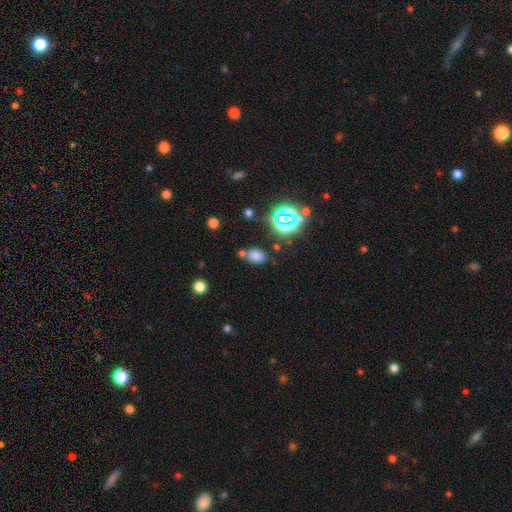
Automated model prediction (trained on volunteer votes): smooth_or_featured: smooth (p=0.69) [alt: star or artifact p=0.23]
how_rounded: in between (p=0.77) [alt: round p=0.21]
merging: none (p=0.66) [alt: minor disturbance p=0.15]